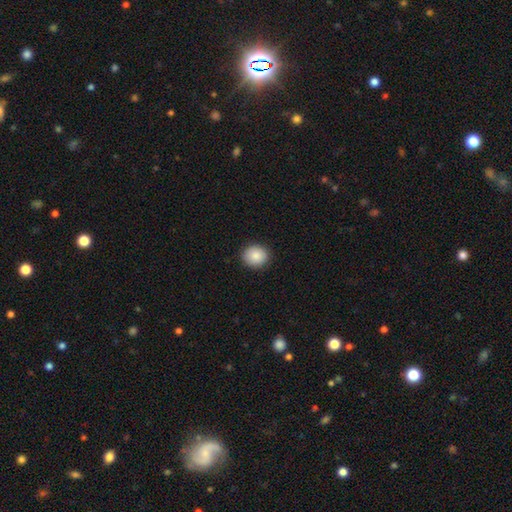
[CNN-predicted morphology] Smooth or featured: smooth — 88% (star or artifact — 8%)
How rounded: round — 77% (in between — 22%)
Merging: none — 90% (minor disturbance — 7%)